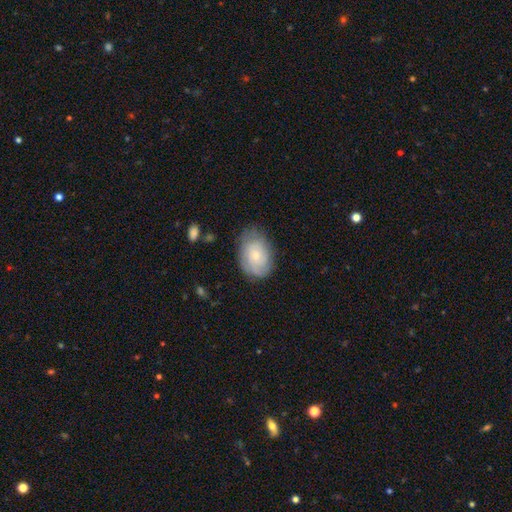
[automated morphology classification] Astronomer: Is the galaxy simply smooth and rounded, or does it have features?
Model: smooth — 56% (runner-up: featured or disk, 37%).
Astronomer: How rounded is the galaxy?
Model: in between — 78%.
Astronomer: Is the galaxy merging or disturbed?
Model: none — 68%.